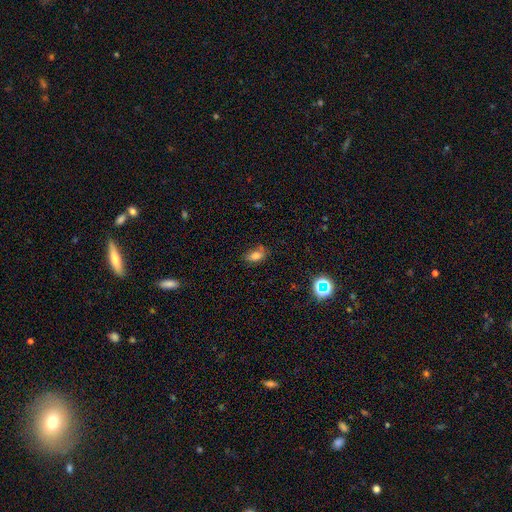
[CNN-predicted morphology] Overall: smooth (74%). How rounded: in between (84%). Merging: none (65%).